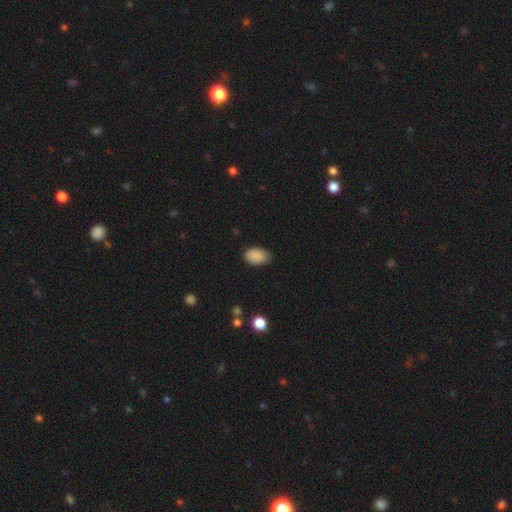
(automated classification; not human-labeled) The model was most divided on "merging": none: 78%, minor disturbance: 17%, major disturbance: 3%, merger: 1%. More confident: smooth or featured — smooth (89%); how rounded — in between (88%).